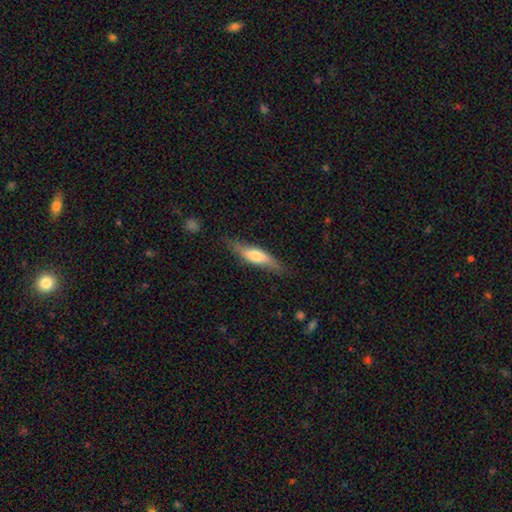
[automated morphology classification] A smooth galaxy with no disk features (54%) that is cigar-shaped (70%). Merging: none (75%).